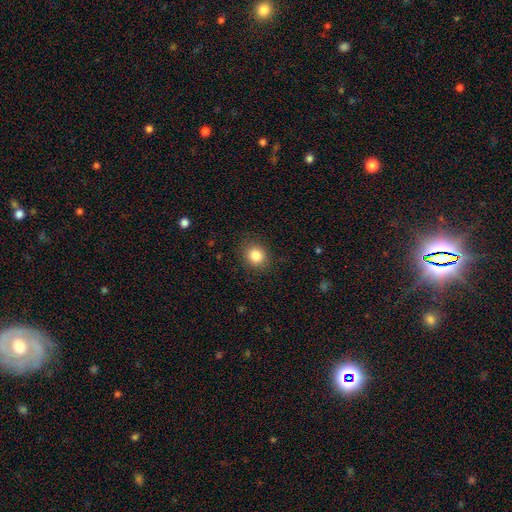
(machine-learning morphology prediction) Smooth or featured: smooth — 84% (star or artifact — 10%)
How rounded: round — 70% (in between — 29%)
Merging: none — 86% (minor disturbance — 9%)